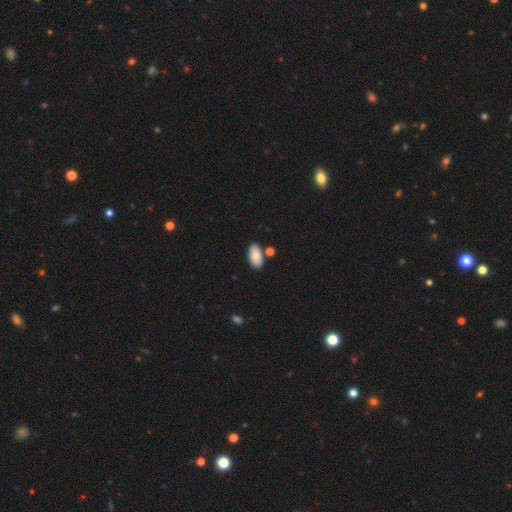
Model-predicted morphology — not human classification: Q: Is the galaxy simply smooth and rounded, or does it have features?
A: smooth — 85%.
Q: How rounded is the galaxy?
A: in between — 94%.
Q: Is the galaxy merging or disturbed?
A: none — 78%.